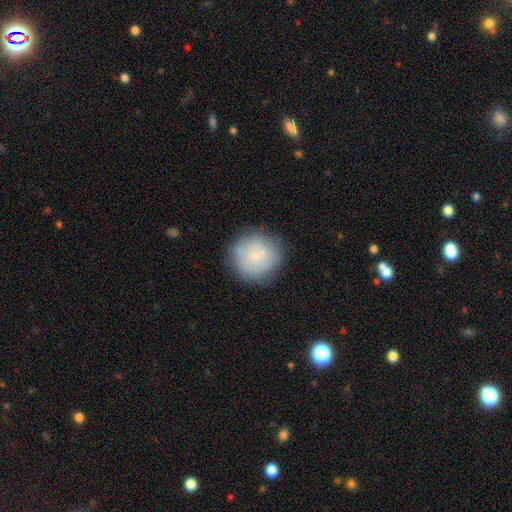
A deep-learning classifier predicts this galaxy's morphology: Overall: smooth (73%). How rounded: round (94%). Merging: none (79%).